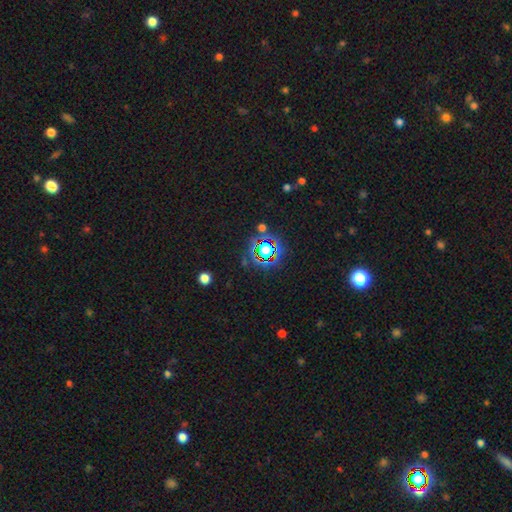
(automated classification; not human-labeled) Smooth or featured: star or artifact — 78% (smooth — 13%)